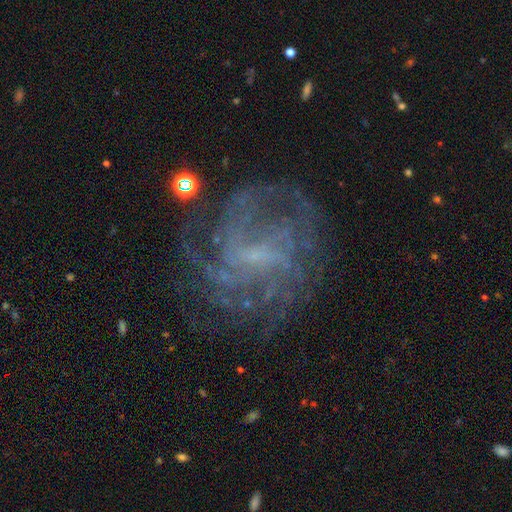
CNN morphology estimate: Overall: featured or disk (78%). Edge-on disk: no (98%). Bar: weak (55%; no 30%). Spiral arms: yes (87%). Spiral arm count: can't tell (41%; 4 17%). Spiral winding: tight (46%; medium 38%). Bulge size: small (59%; none 26%). Merging: none (71%).